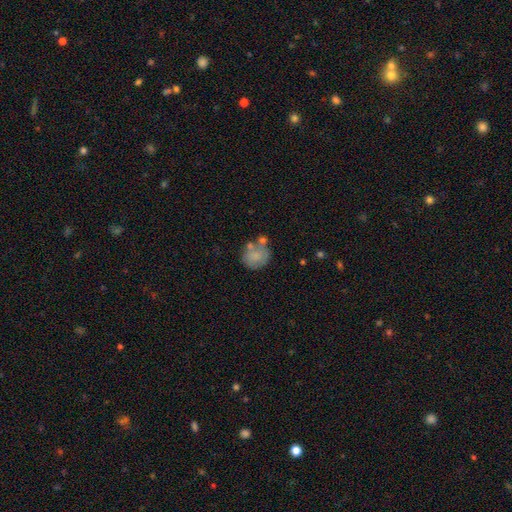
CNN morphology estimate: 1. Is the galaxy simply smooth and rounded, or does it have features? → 69% smooth, 22% featured or disk, 9% star or artifact.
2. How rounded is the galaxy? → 74% round, 25% in between, 1% cigar-shaped.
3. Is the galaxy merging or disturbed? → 47% none, 21% minor disturbance, 21% merger, 11% major disturbance.